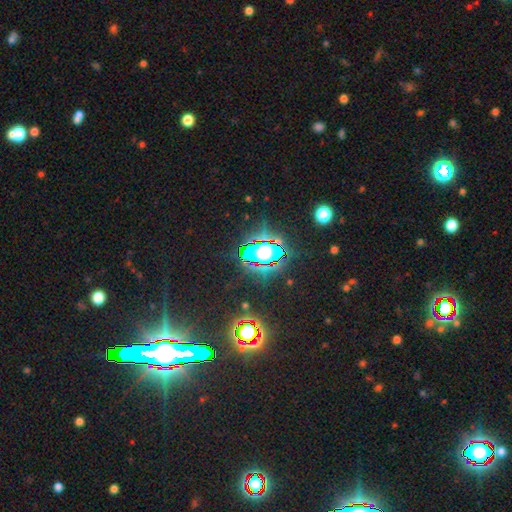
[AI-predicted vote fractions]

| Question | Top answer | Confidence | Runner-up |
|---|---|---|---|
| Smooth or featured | star or artifact | 78% | smooth (12%) |